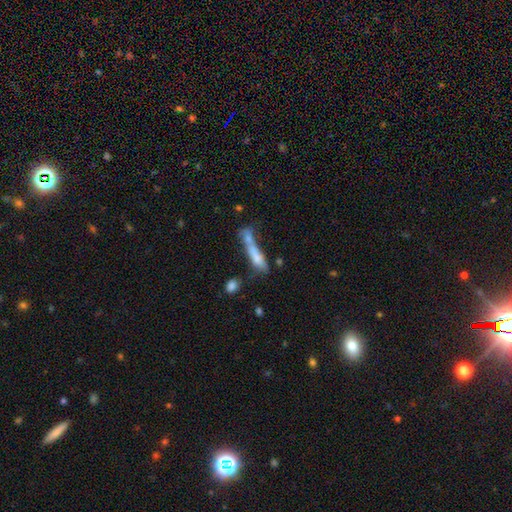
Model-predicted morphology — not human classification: Smooth or featured: smooth — 67% (featured or disk — 24%)
How rounded: cigar-shaped — 74% (in between — 23%)
Merging: merger — 42% (none — 30%)